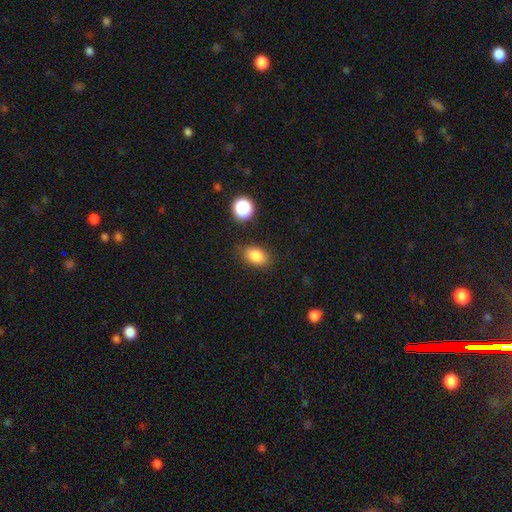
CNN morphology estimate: This appears to be a smooth galaxy with no disk features (84%) that is in between round and cigar-shaped (81%). Merging: none (83%).